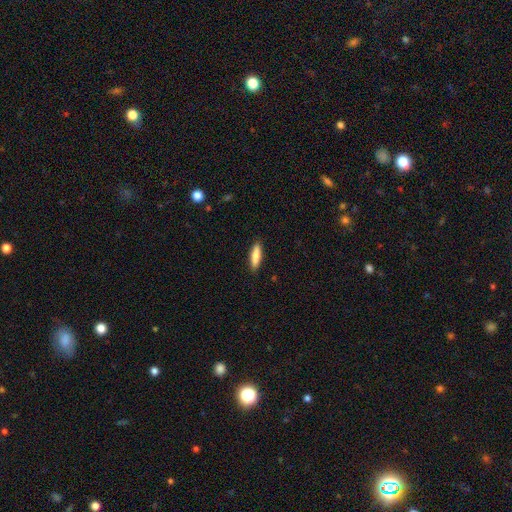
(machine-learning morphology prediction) Q: Smooth or featured?
A: smooth (81%); runner-up: featured or disk (14%)
Q: How rounded?
A: cigar-shaped (73%); runner-up: in between (25%)
Q: Merging?
A: none (89%); runner-up: minor disturbance (8%)